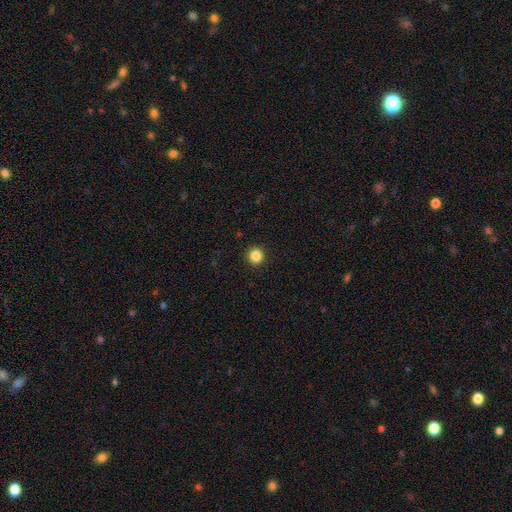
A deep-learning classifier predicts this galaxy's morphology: Q: Smooth or featured?
A: smooth (86%); runner-up: star or artifact (11%)
Q: How rounded?
A: round (91%); runner-up: in between (8%)
Q: Merging?
A: none (93%); runner-up: minor disturbance (4%)